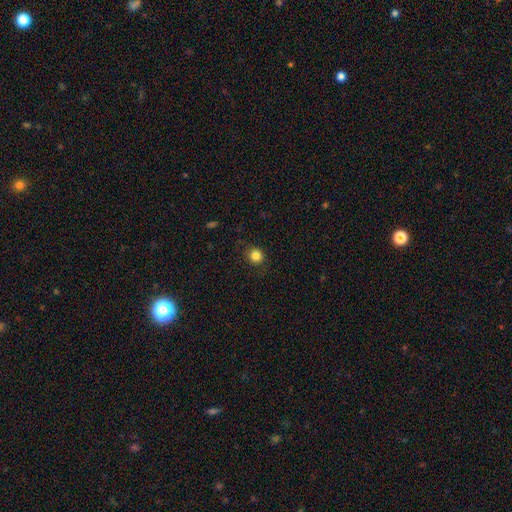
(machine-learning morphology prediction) smooth_or_featured: smooth (p=0.83) [alt: star or artifact p=0.12]
how_rounded: round (p=0.92) [alt: in between p=0.07]
merging: none (p=0.88) [alt: minor disturbance p=0.09]